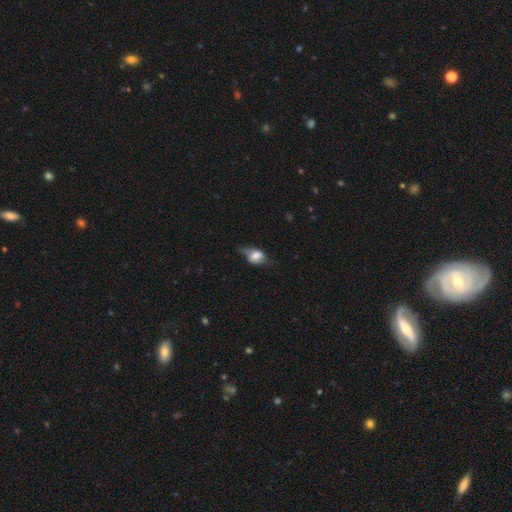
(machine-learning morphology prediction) This is likely a smooth galaxy (60%). How rounded: likely in between (78%). Merging: marginally none (42%).